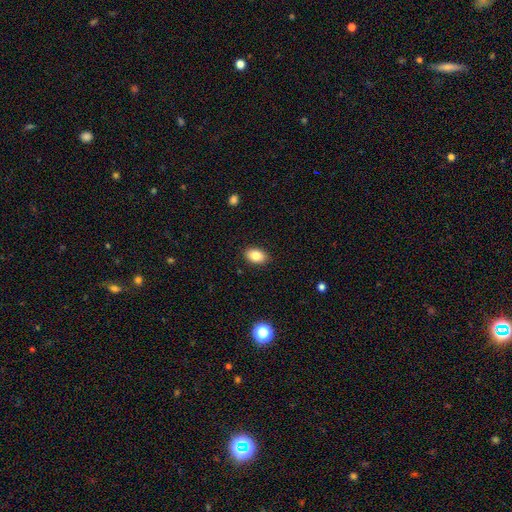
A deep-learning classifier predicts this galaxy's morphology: smooth-or-featured: smooth: 84% | star or artifact: 8% | featured or disk: 8%
  how-rounded: in between: 88% | round: 10% | cigar-shaped: 1%
  merging: none: 89% | minor disturbance: 8% | major disturbance: 2% | merger: 1%